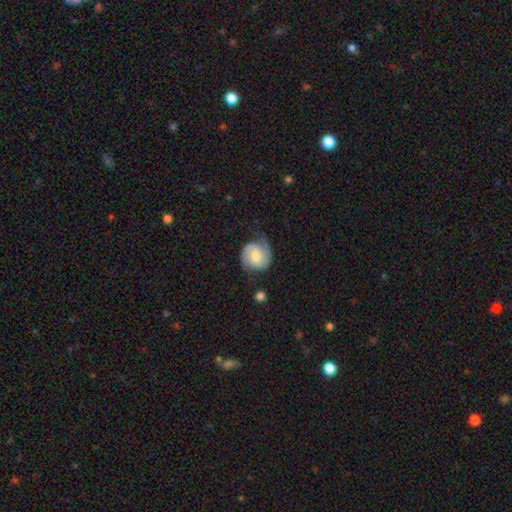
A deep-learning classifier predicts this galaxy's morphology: A featured or disk galaxy (62%) with a weak bar (48%), 2 (75%) medium (43%) spiral arms (91%) and a moderate central bulge (59%). Merging: none (60%).